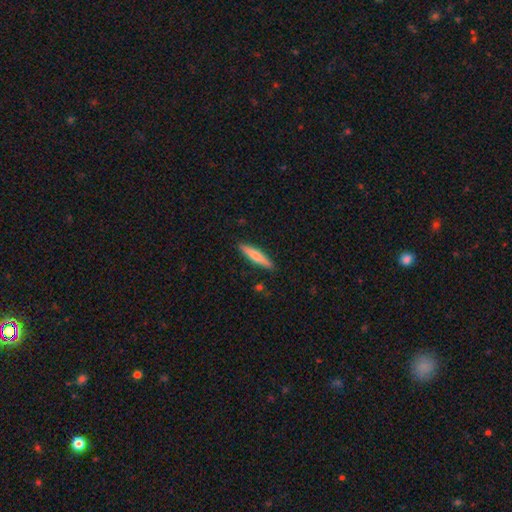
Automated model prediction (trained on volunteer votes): Q: Smooth or featured?
A: smooth (70%); runner-up: featured or disk (25%)
Q: How rounded?
A: cigar-shaped (88%); runner-up: in between (10%)
Q: Merging?
A: none (89%); runner-up: minor disturbance (8%)